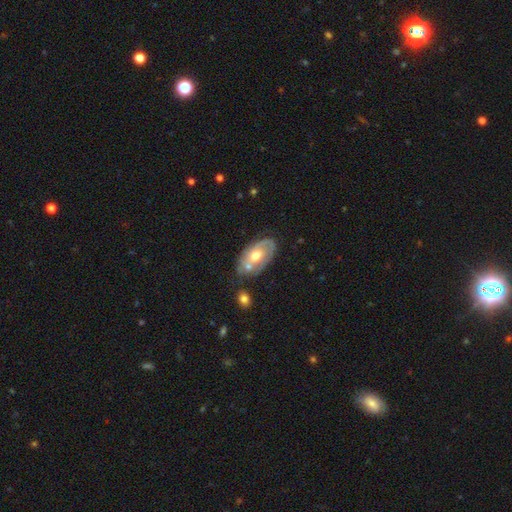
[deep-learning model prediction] This appears to be a featured or disk galaxy (59%) with no bar (73%), spiral arms (61%) and a moderate central bulge (72%). Merging: none (52%).